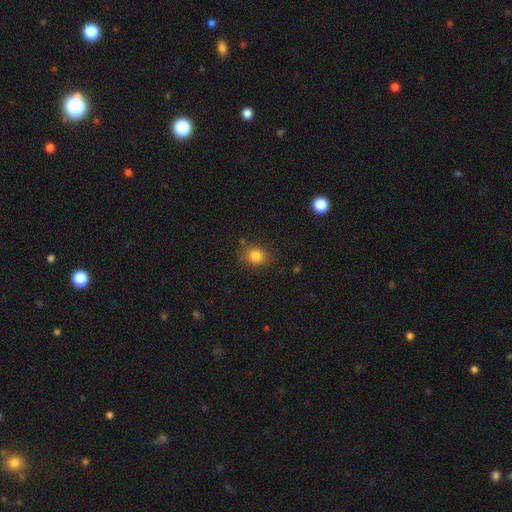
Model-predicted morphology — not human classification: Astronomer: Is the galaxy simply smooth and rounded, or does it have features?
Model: smooth — 83%.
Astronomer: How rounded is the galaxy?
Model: round — 61% (runner-up: in between, 38%).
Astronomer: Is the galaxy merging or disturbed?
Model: none — 81%.